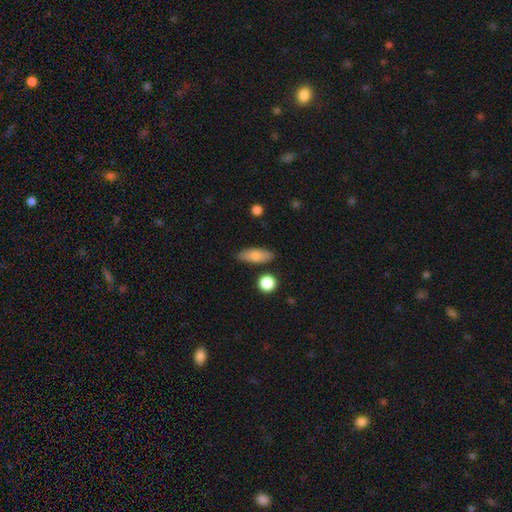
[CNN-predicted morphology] Smooth or featured: smooth — 78% (featured or disk — 15%)
How rounded: in between — 71% (cigar-shaped — 25%)
Merging: none — 83% (minor disturbance — 11%)